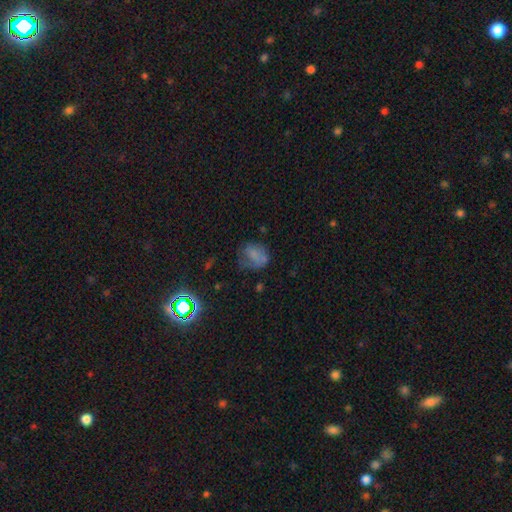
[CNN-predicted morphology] Smooth or featured? smooth (64%)
How rounded? round (54%)
Merging? none (43%)